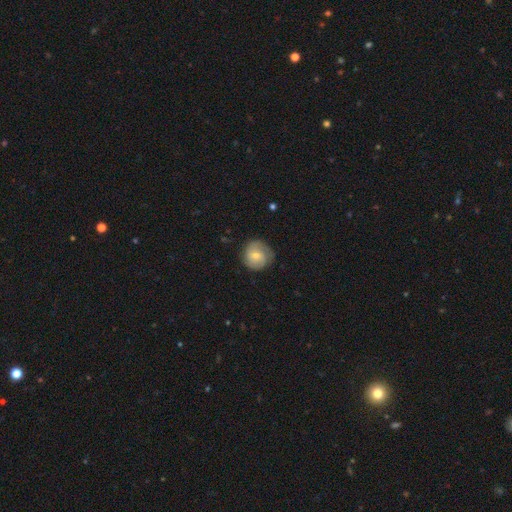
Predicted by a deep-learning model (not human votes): This is possibly a featured or disk galaxy (48%). Merging: likely none (72%).